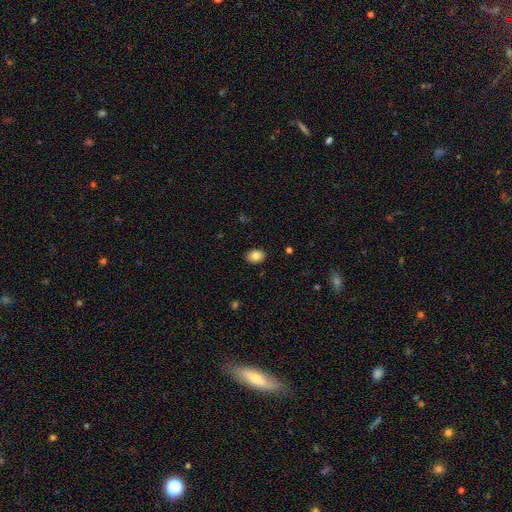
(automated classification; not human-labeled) smooth_or_featured: smooth (p=0.84) [alt: star or artifact p=0.08]
how_rounded: in between (p=0.75) [alt: round p=0.24]
merging: none (p=0.88) [alt: minor disturbance p=0.09]